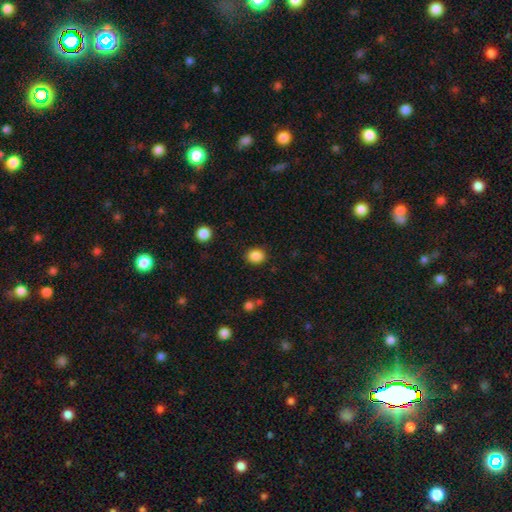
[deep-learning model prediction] Smooth or featured? smooth (87%)
How rounded? round (63%)
Merging? none (88%)